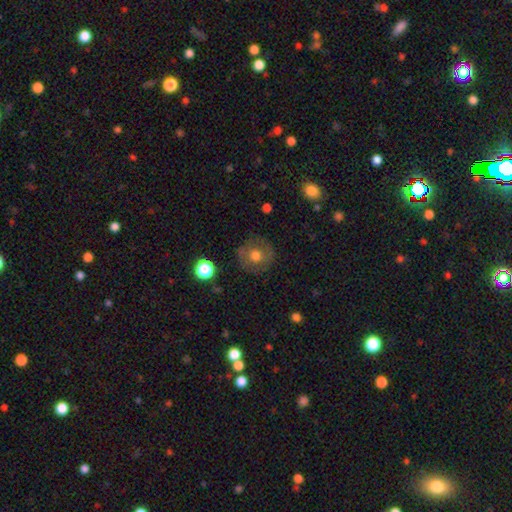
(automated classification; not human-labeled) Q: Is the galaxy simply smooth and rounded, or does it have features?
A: smooth — 61%.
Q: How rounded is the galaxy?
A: round — 90%.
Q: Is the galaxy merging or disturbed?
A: none — 81%.